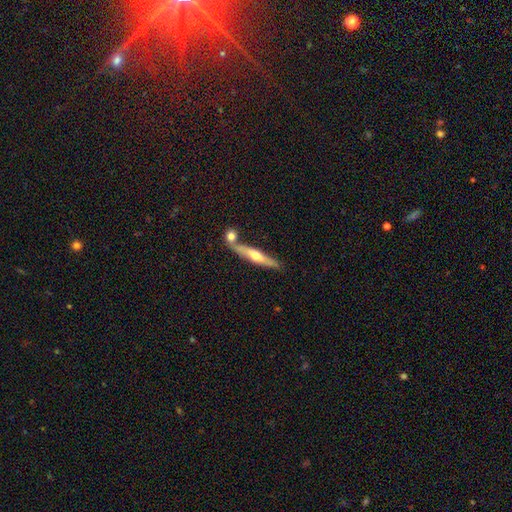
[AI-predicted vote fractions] Morphology: type=featured or disk (55%); edge-on=yes (88%); merging=none (61%).